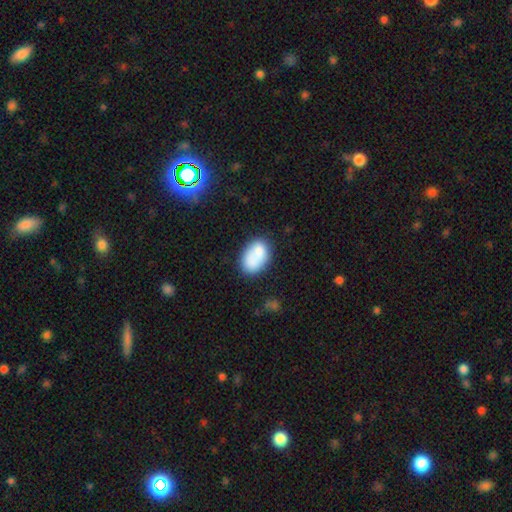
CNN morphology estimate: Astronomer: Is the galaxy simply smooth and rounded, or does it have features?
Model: smooth — 78%.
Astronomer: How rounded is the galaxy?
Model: in between — 86%.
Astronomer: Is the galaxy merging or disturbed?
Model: none — 54%.